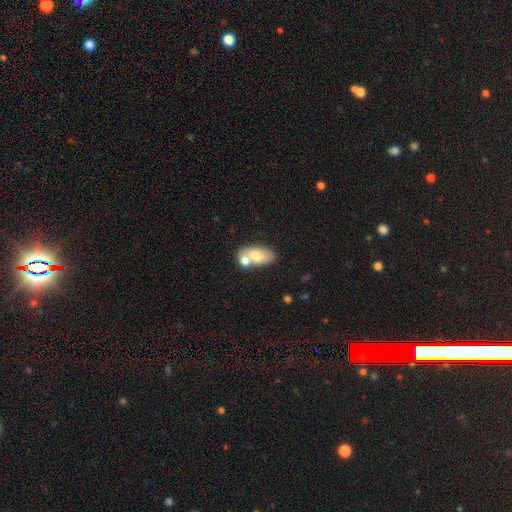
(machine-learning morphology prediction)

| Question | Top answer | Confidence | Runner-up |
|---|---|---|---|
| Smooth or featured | smooth | 68% | featured or disk (25%) |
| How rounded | in between | 90% | round (7%) |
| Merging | merger | 46% | none (37%) |